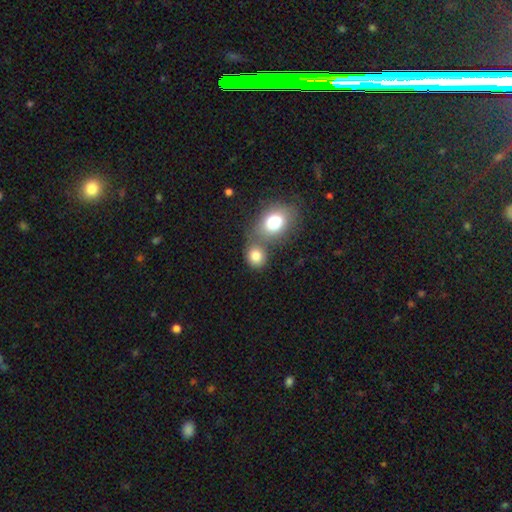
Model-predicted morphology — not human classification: Smooth or featured?
  - smooth: 81% *
  - star or artifact: 10%
  - featured or disk: 9%
How rounded?
  - round: 68% *
  - in between: 31%
  - cigar-shaped: 1%
Merging?
  - none: 44% *
  - merger: 42%
  - minor disturbance: 9%
  - major disturbance: 4%